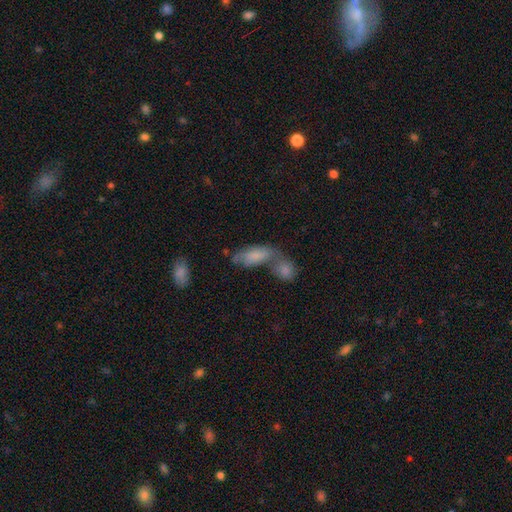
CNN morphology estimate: This is likely a smooth galaxy (75%). How rounded: clearly in between (82%). Merging: possibly merger (52%).